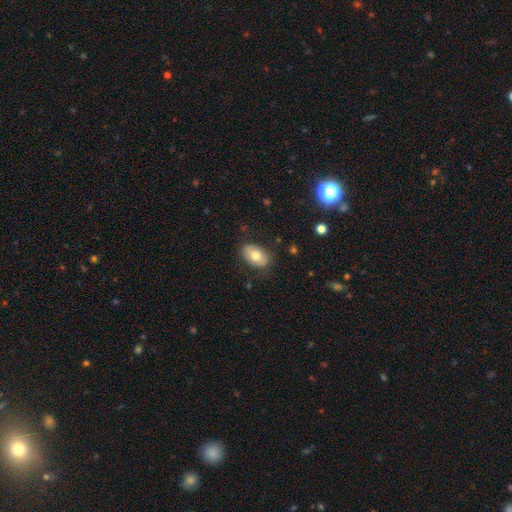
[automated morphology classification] This appears to be a smooth galaxy with no disk features (72%) that is in between round and cigar-shaped (90%). Merging: none (82%).